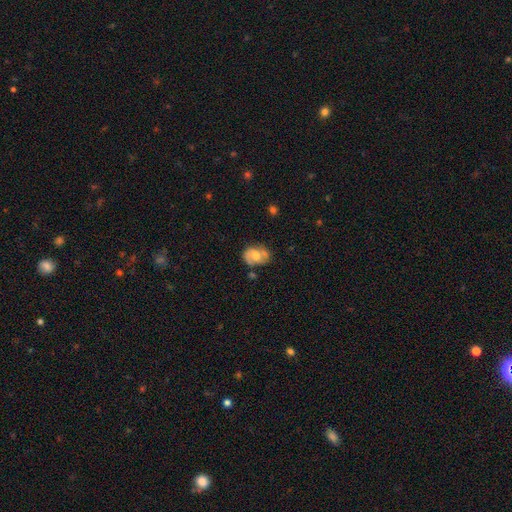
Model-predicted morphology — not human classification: This is possibly a featured or disk galaxy (49%). Merging: possibly none (55%).